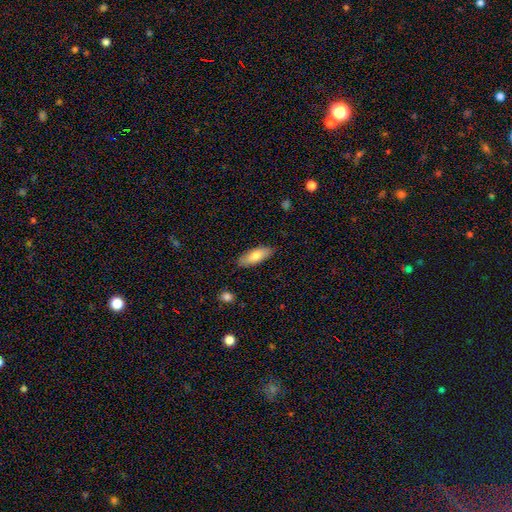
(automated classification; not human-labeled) A smooth galaxy with no disk features (76%) that is in between round and cigar-shaped (72%). Merging: none (87%).